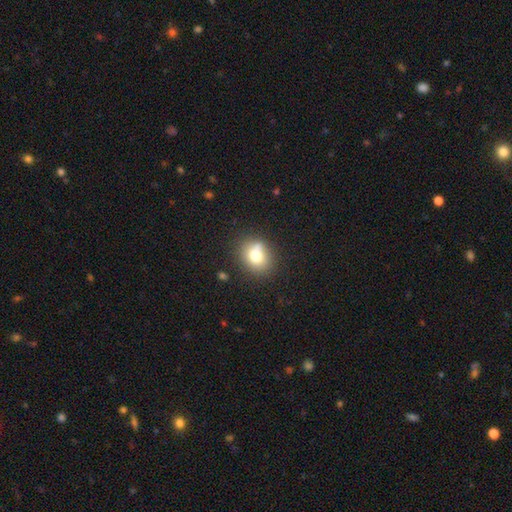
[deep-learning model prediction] Smooth or featured? smooth (73%)
How rounded? round (65%)
Merging? none (69%)